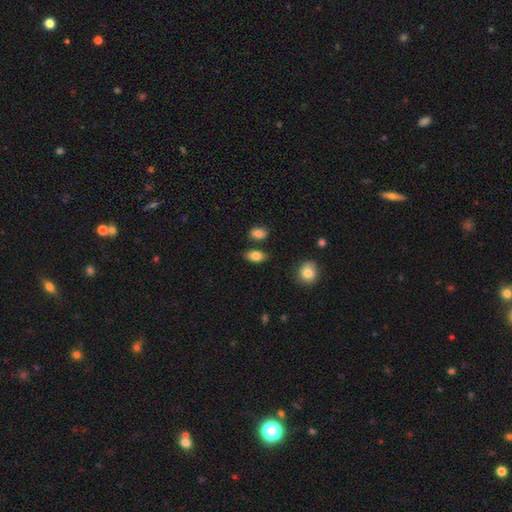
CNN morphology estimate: smooth-or-featured: smooth: 83% | featured or disk: 9% | star or artifact: 8%
  how-rounded: in between: 89% | round: 8% | cigar-shaped: 3%
  merging: none: 80% | minor disturbance: 11% | merger: 6% | major disturbance: 3%